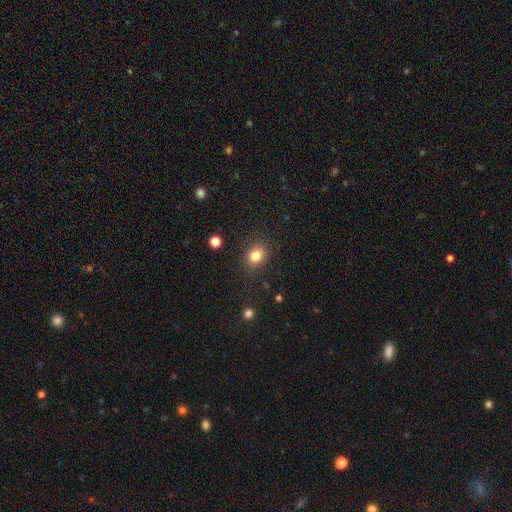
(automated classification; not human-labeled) This is clearly a smooth galaxy (82%). How rounded: possibly round (58%). Merging: clearly none (84%).